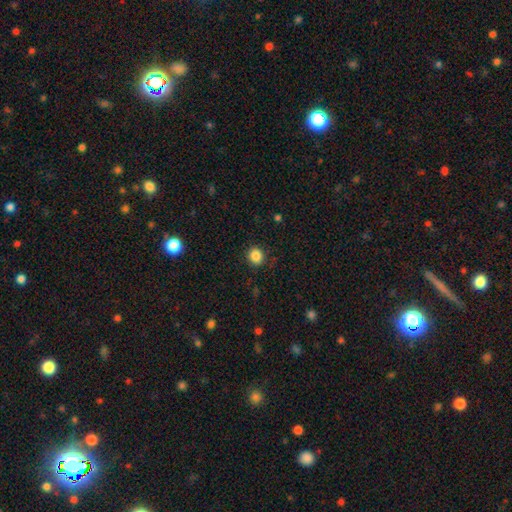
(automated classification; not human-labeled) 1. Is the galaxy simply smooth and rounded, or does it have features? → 85% smooth, 11% star or artifact, 4% featured or disk.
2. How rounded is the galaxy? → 84% round, 15% in between, 1% cigar-shaped.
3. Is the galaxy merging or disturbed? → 89% none, 8% minor disturbance, 3% major disturbance, 1% merger.